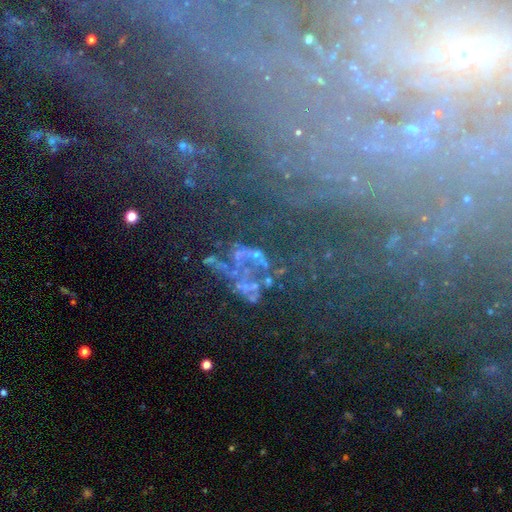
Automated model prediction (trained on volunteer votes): Smooth or featured? Predicted: featured or disk (p=0.45). Merging? Predicted: major disturbance (p=0.34).